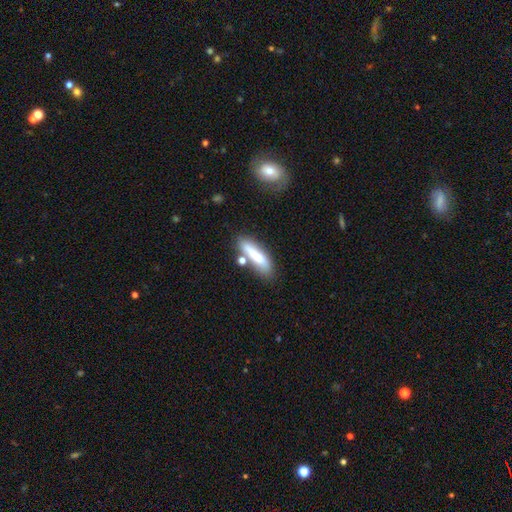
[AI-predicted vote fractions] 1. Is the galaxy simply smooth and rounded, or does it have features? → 66% smooth, 26% featured or disk, 8% star or artifact.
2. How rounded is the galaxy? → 71% cigar-shaped, 27% in between, 2% round.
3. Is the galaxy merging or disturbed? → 59% none, 17% merger, 17% minor disturbance, 6% major disturbance.